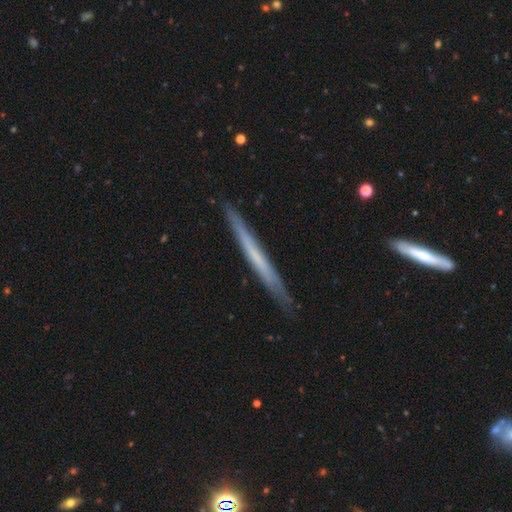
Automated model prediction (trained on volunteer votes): Smooth or featured? Predicted: featured or disk (p=0.52). Edge-on disk? Predicted: yes (p=0.95). Merging? Predicted: none (p=0.87).